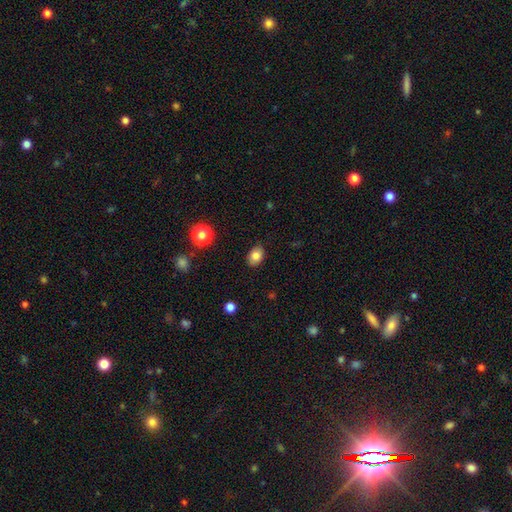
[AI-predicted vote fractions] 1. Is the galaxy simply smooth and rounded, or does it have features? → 82% smooth, 9% star or artifact, 8% featured or disk.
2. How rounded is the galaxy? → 78% in between, 21% round, 1% cigar-shaped.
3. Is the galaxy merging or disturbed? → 86% none, 11% minor disturbance, 2% major disturbance, 1% merger.